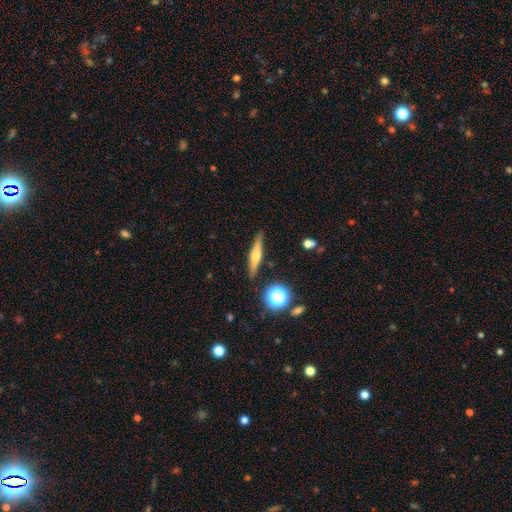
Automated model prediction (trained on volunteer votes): Morphology: type=featured or disk (56%); edge-on=yes (95%); edge-on bulge=rounded (89%); merging=none (89%).